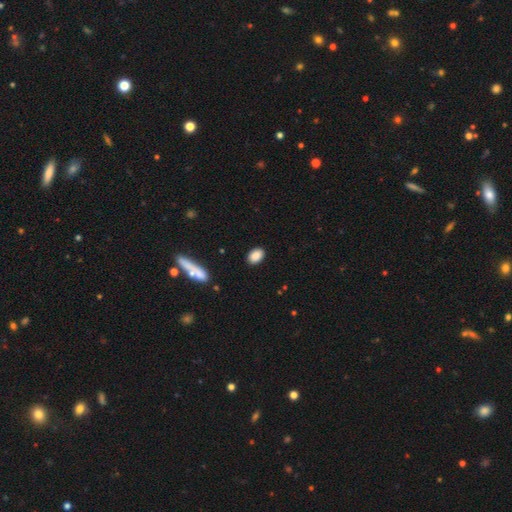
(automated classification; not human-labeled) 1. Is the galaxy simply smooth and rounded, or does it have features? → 89% smooth, 7% star or artifact, 4% featured or disk.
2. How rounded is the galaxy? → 87% in between, 11% round, 2% cigar-shaped.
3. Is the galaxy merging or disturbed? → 88% none, 9% minor disturbance, 2% major disturbance, 1% merger.